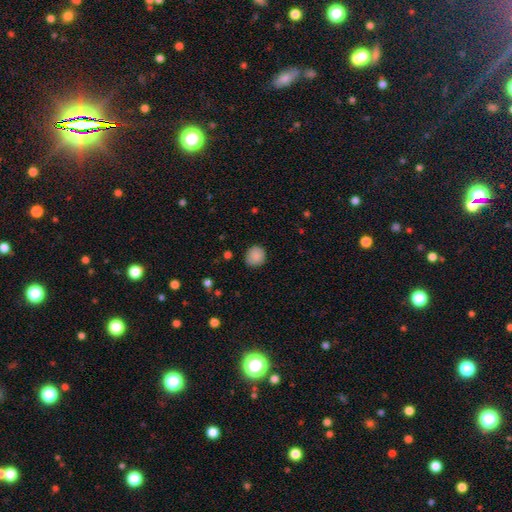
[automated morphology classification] Smooth or featured: smooth — 87% (star or artifact — 8%)
How rounded: round — 85% (in between — 15%)
Merging: none — 84% (minor disturbance — 13%)